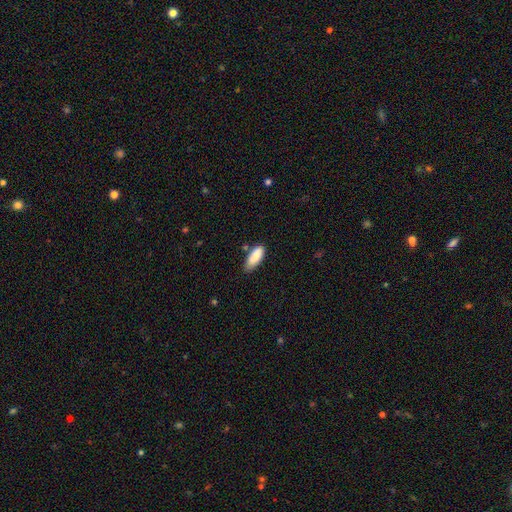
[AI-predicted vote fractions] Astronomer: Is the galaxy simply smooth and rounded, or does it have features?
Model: smooth — 86%.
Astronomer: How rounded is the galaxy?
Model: in between — 75%.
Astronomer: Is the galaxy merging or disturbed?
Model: none — 56% (runner-up: minor disturbance, 32%).